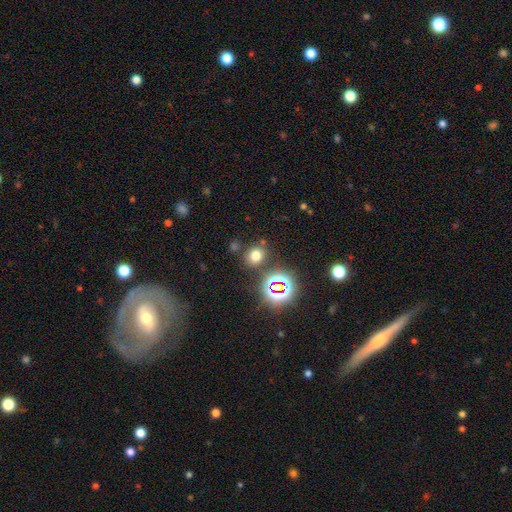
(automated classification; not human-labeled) Smooth or featured?
  - smooth: 67% *
  - star or artifact: 26%
  - featured or disk: 7%
How rounded?
  - round: 69% *
  - in between: 30%
  - cigar-shaped: 1%
Merging?
  - none: 80% *
  - minor disturbance: 9%
  - merger: 7%
  - major disturbance: 4%